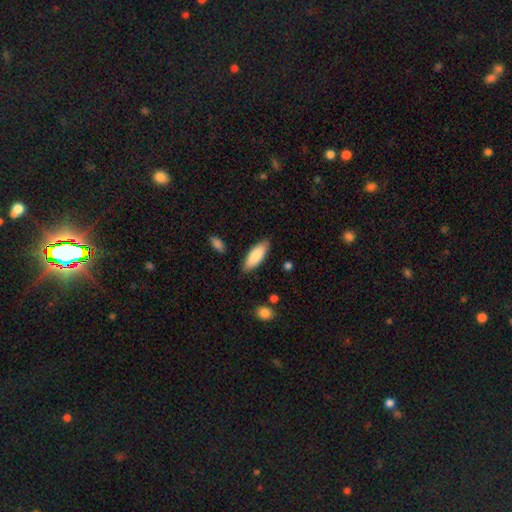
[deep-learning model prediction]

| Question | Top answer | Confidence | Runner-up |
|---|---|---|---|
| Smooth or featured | smooth | 85% | featured or disk (10%) |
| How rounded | in between | 65% | cigar-shaped (34%) |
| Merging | none | 85% | minor disturbance (11%) |